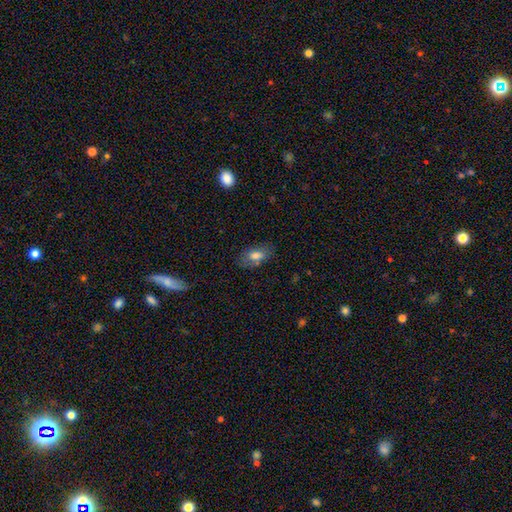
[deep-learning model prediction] Smooth or featured? smooth (74%)
How rounded? in between (89%)
Merging? none (74%)